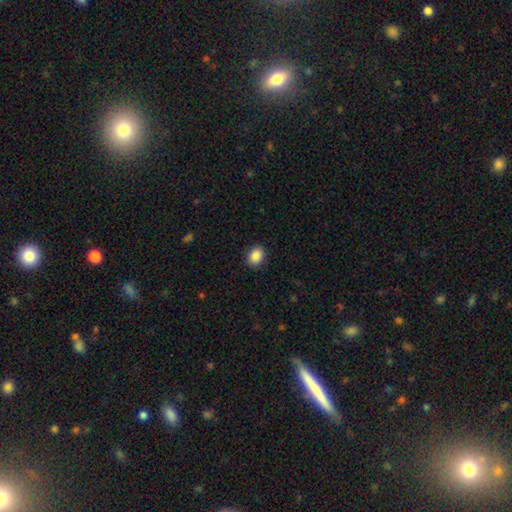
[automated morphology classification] smooth-or-featured: smooth: 89% | star or artifact: 8% | featured or disk: 3%
  how-rounded: in between: 61% | round: 38% | cigar-shaped: 1%
  merging: none: 89% | minor disturbance: 7% | major disturbance: 2% | merger: 1%